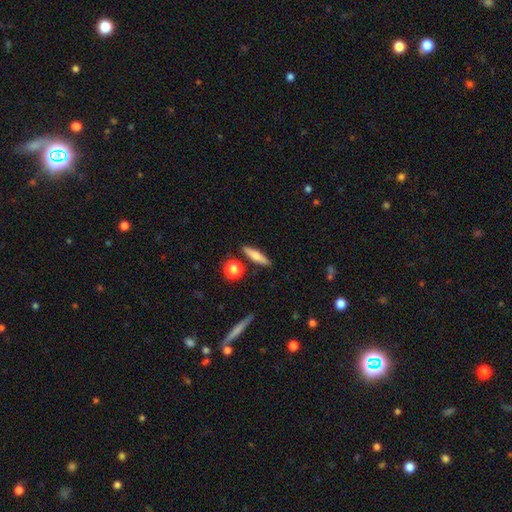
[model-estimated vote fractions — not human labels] A smooth galaxy with no disk features (64%) that is cigar-shaped (74%). Merging: none (85%).